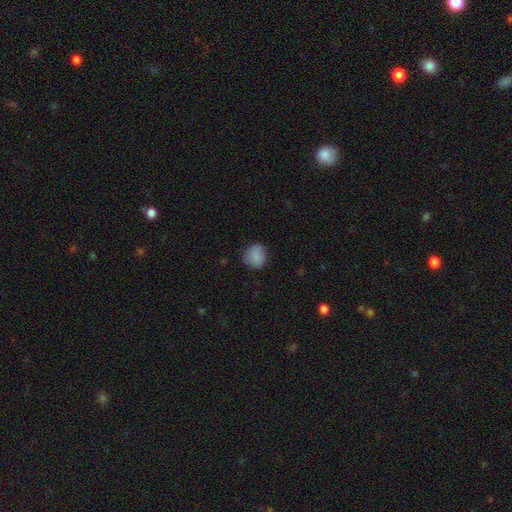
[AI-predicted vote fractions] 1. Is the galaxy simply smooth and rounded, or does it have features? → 85% smooth, 9% star or artifact, 6% featured or disk.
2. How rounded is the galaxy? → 76% round, 23% in between, 1% cigar-shaped.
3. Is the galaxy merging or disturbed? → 74% none, 20% minor disturbance, 5% major disturbance, 1% merger.